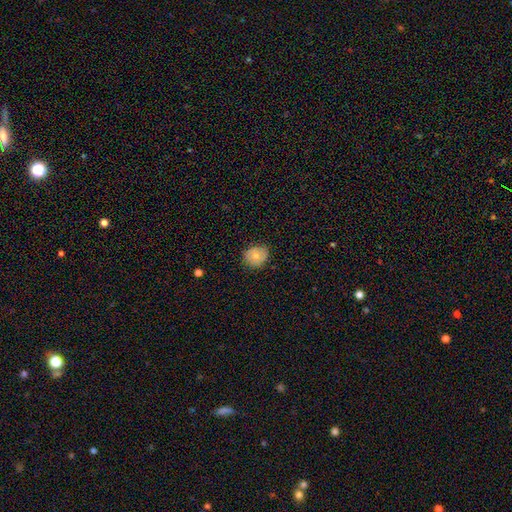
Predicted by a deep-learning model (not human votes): Q: Smooth or featured?
A: smooth (78%); runner-up: featured or disk (15%)
Q: How rounded?
A: round (77%); runner-up: in between (22%)
Q: Merging?
A: none (78%); runner-up: minor disturbance (18%)